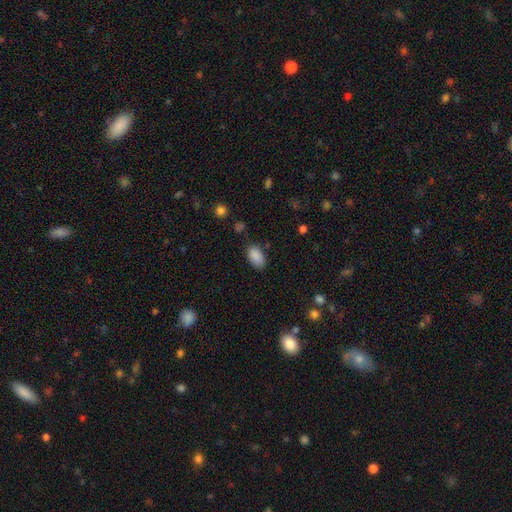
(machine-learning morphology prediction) type=smooth (88%); roundness=in between (93%); merging=none (76%).